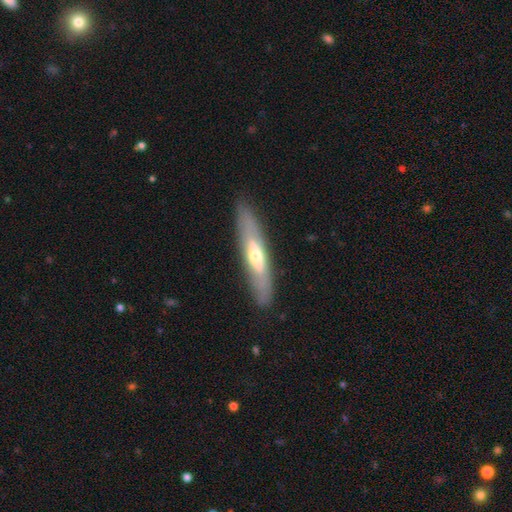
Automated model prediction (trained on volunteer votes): A featured or disk galaxy (56%) viewed edge-on (62%).

Vote fractions:
- Smooth or featured? featured or disk: 56% / smooth: 38% / star or artifact: 6%
- Edge-on disk? yes: 62% / no: 38%
- Merging? none: 86% / minor disturbance: 10% / major disturbance: 3% / merger: 1%